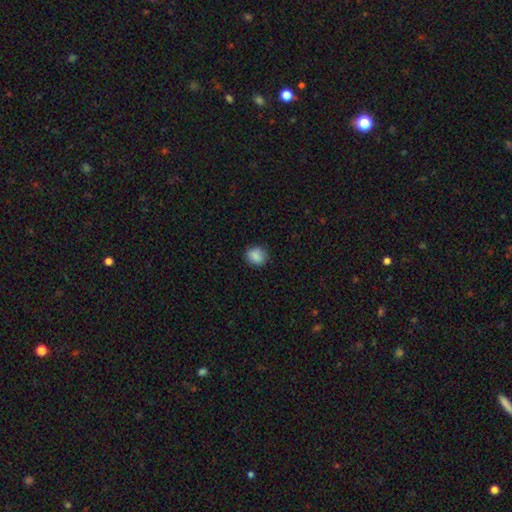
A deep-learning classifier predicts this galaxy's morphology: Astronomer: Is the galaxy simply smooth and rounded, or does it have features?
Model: smooth — 88%.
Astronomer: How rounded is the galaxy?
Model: round — 77%.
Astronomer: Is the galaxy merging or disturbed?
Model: none — 87%.